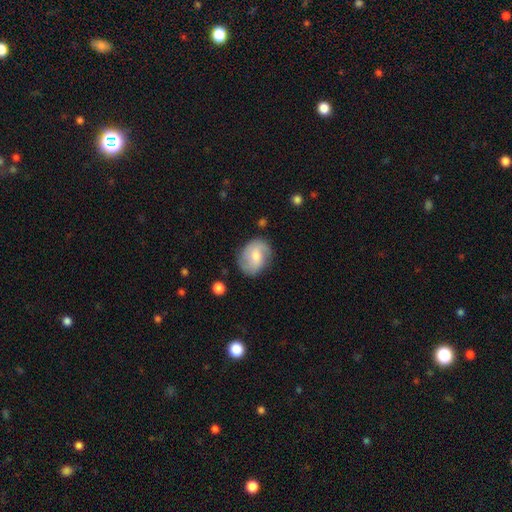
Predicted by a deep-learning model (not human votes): A featured or disk galaxy (49%). Merging: none (72%).